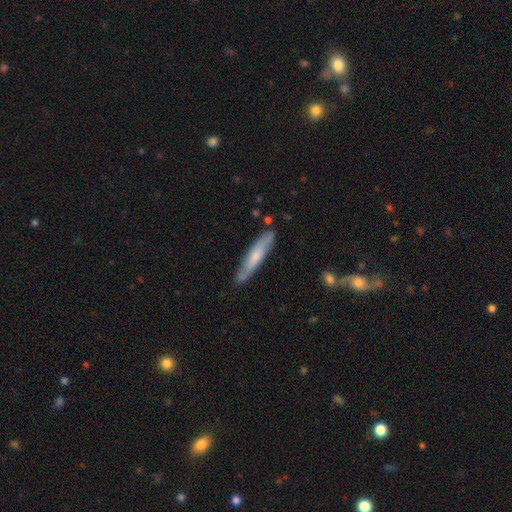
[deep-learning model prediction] Smooth or featured? smooth (58%)
How rounded? cigar-shaped (89%)
Merging? none (82%)